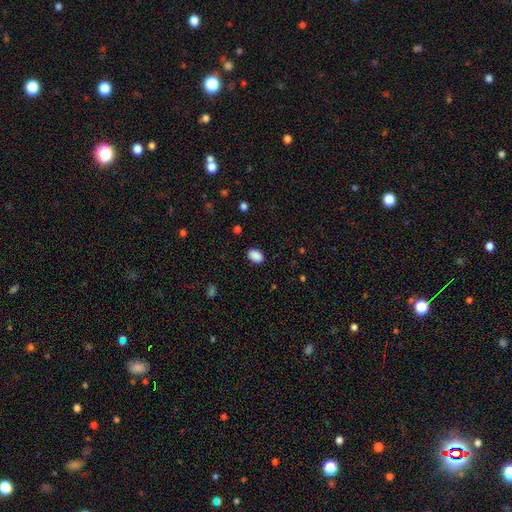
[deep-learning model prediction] This is clearly a smooth galaxy (89%). How rounded: clearly in between (87%). Merging: clearly none (87%).